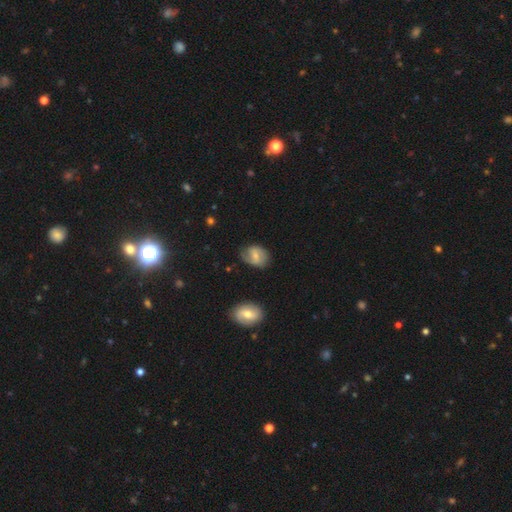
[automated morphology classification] A featured or disk galaxy (50%). Merging: none (68%).